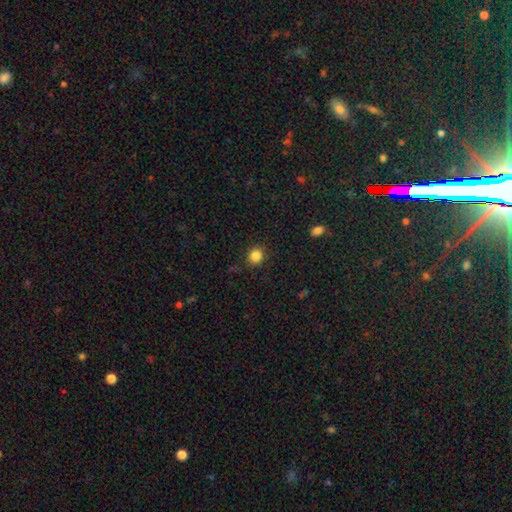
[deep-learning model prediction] Smooth or featured?
  - smooth: 85% *
  - star or artifact: 11%
  - featured or disk: 4%
How rounded?
  - round: 84% *
  - in between: 15%
  - cigar-shaped: 1%
Merging?
  - none: 89% *
  - minor disturbance: 8%
  - major disturbance: 2%
  - merger: 1%